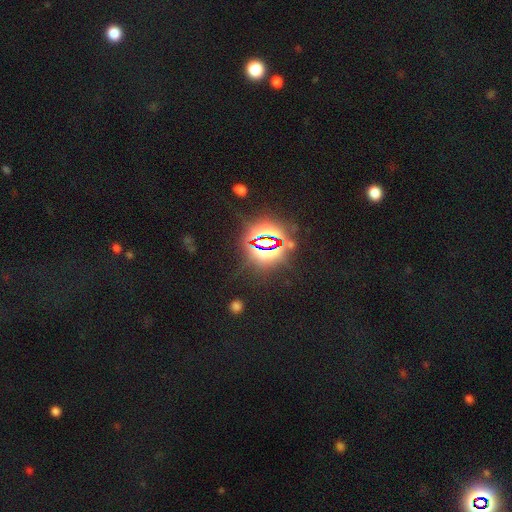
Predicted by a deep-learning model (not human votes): star or artifact 82%, smooth 11%, featured or disk 7%.